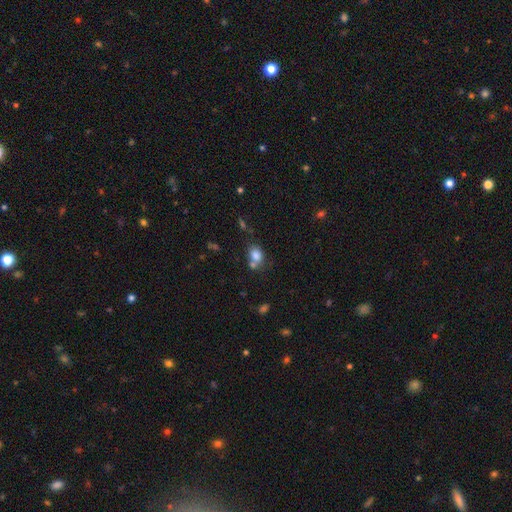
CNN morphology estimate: A smooth galaxy with no disk features (80%) that is in between round and cigar-shaped (60%). Merging: none (50%).